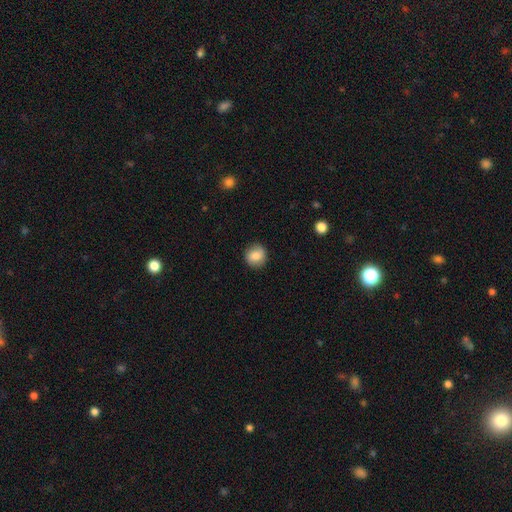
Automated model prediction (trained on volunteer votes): A smooth galaxy with no disk features (84%) that is round (88%). Merging: none (87%).